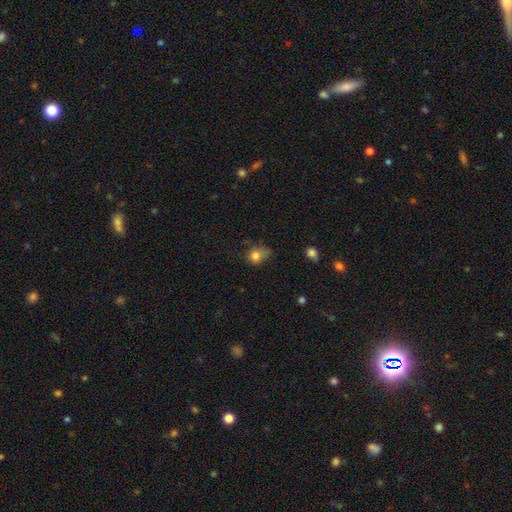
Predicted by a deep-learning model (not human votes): Overall: smooth (79%). How rounded: round (60%; in between 39%). Merging: none (39%; minor disturbance 37%).